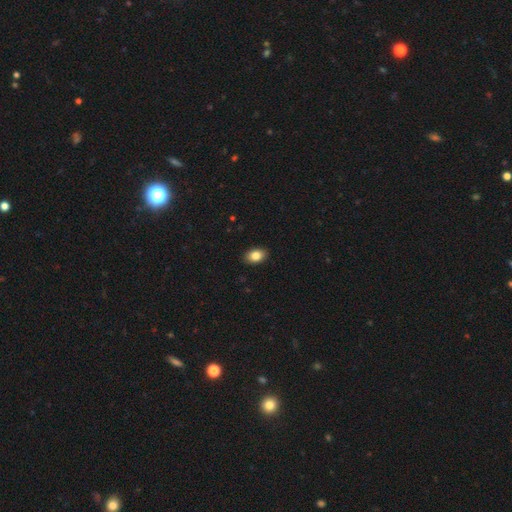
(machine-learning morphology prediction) smooth 85%, star or artifact 8%, featured or disk 7%. Down the decision tree: how rounded — in between (85%); merging — none (90%).